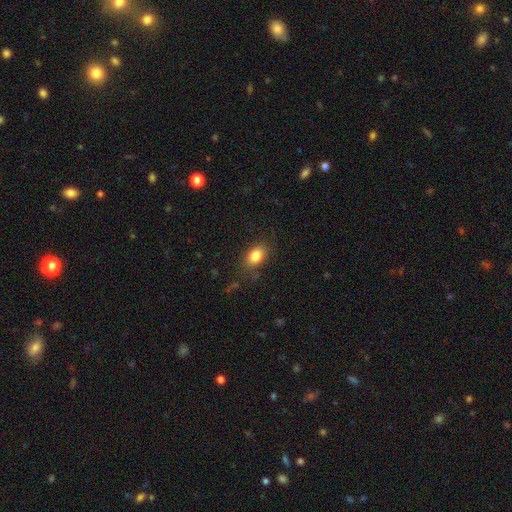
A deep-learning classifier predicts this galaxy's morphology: smooth-or-featured: smooth: 83% | star or artifact: 9% | featured or disk: 8%
  how-rounded: in between: 82% | round: 16% | cigar-shaped: 2%
  merging: none: 80% | minor disturbance: 14% | major disturbance: 4% | merger: 1%